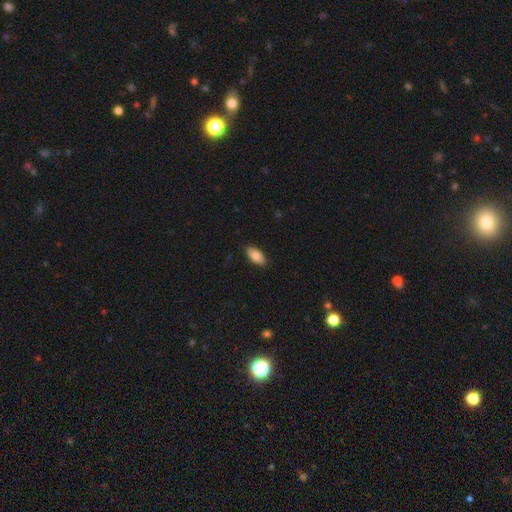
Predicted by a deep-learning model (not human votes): Smooth or featured? Predicted: smooth (p=0.79). How rounded? Predicted: in between (p=0.93). Merging? Predicted: none (p=0.87).